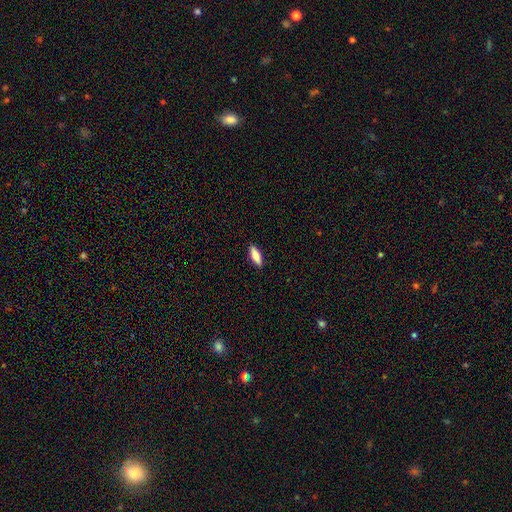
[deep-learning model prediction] A smooth galaxy with no disk features (77%) that is in between round and cigar-shaped (58%).

Vote fractions:
- Smooth or featured? smooth: 77% / featured or disk: 17% / star or artifact: 6%
- How rounded? in between: 58% / cigar-shaped: 39% / round: 2%
- Merging? none: 89% / minor disturbance: 8% / major disturbance: 2% / merger: 1%